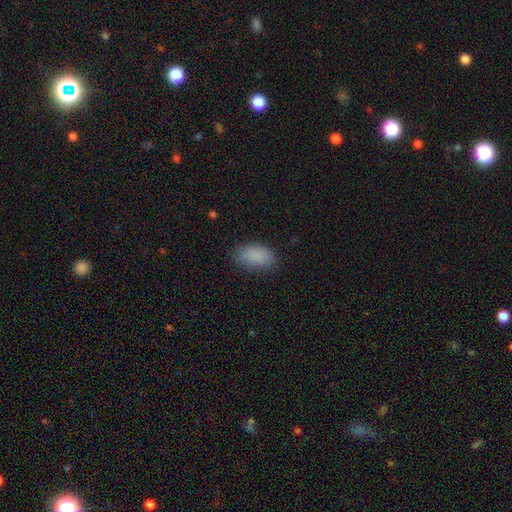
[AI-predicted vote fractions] This appears to be a smooth galaxy with no disk features (88%) that is in between round and cigar-shaped (93%). Merging: none (81%).